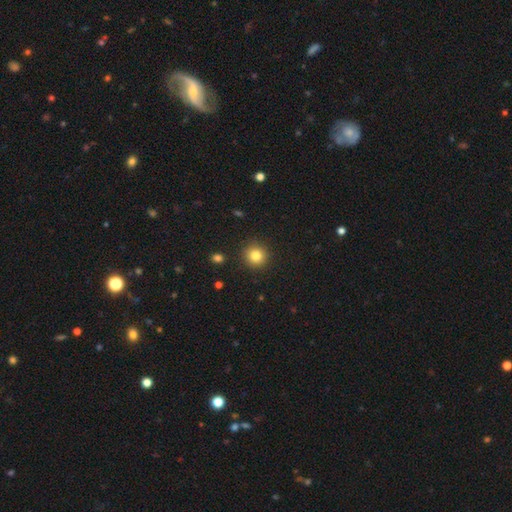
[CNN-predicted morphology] Overall: smooth (82%). How rounded: round (93%). Merging: none (91%).